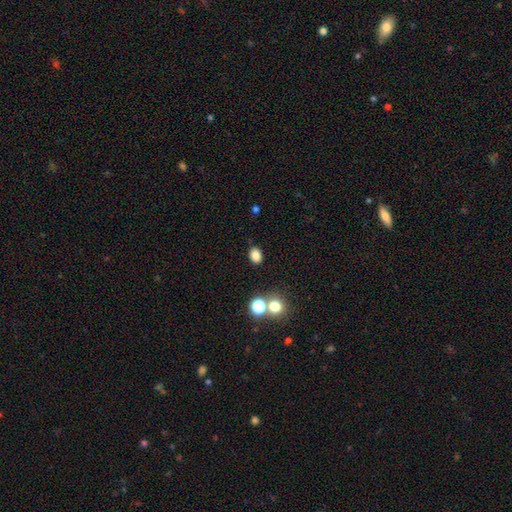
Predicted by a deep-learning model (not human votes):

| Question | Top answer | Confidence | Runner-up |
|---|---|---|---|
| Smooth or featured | smooth | 83% | star or artifact (13%) |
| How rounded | in between | 70% | round (29%) |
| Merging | none | 85% | minor disturbance (9%) |